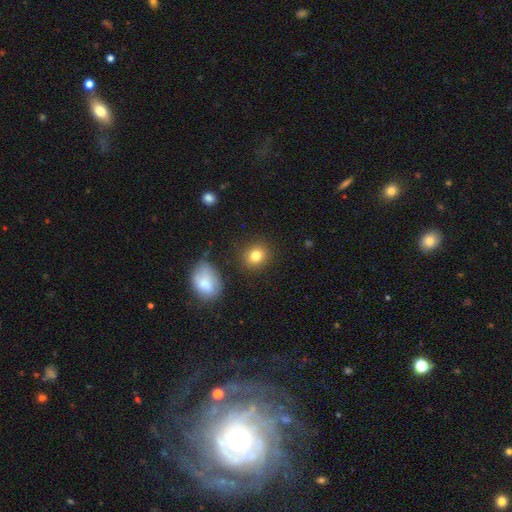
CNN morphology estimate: smooth-or-featured: smooth: 80% | star or artifact: 11% | featured or disk: 8%
  how-rounded: round: 77% | in between: 22% | cigar-shaped: 1%
  merging: none: 85% | minor disturbance: 9% | merger: 3% | major disturbance: 3%